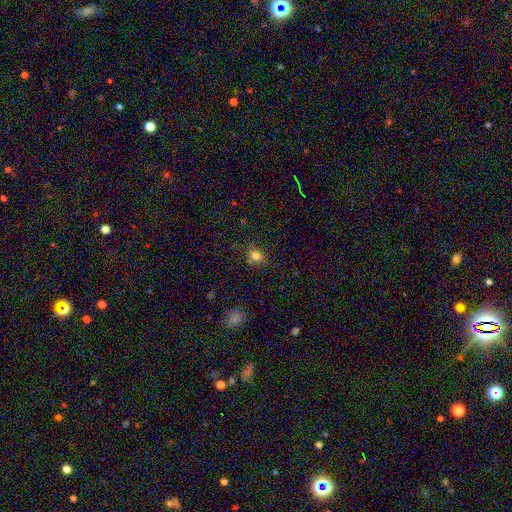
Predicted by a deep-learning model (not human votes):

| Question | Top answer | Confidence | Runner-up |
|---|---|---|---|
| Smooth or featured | smooth | 80% | star or artifact (14%) |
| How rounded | round | 73% | in between (26%) |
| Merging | none | 82% | minor disturbance (13%) |